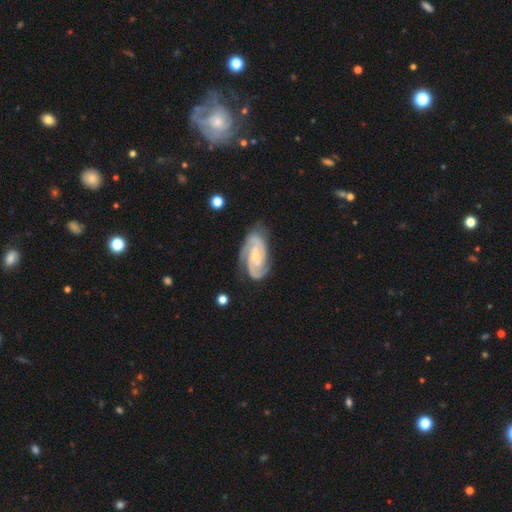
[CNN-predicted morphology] A featured or disk galaxy (89%) with no bar (42%), 2 (57%) tight (53%) spiral arms (98%) and a small central bulge (63%). Merging: none (74%).